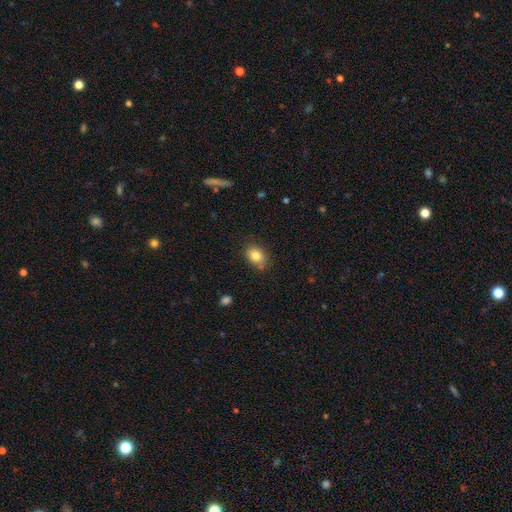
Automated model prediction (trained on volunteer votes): This appears to be a smooth galaxy with no disk features (83%) that is in between round and cigar-shaped (69%). Merging: none (77%).